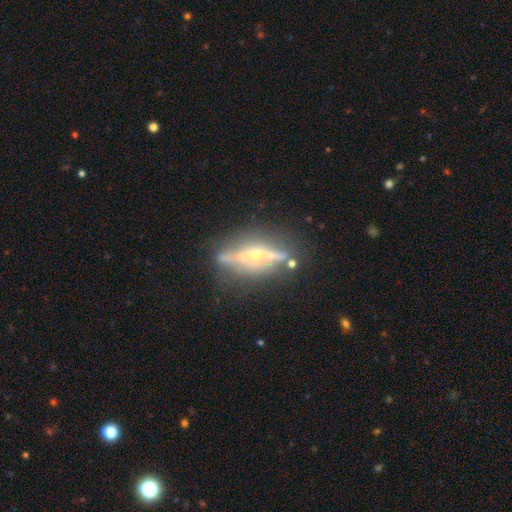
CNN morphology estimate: This is clearly a featured or disk galaxy (82%). It is clearly viewed edge-on (90%). Edge-on bulge: clearly rounded (87%). Merging: likely none (74%).